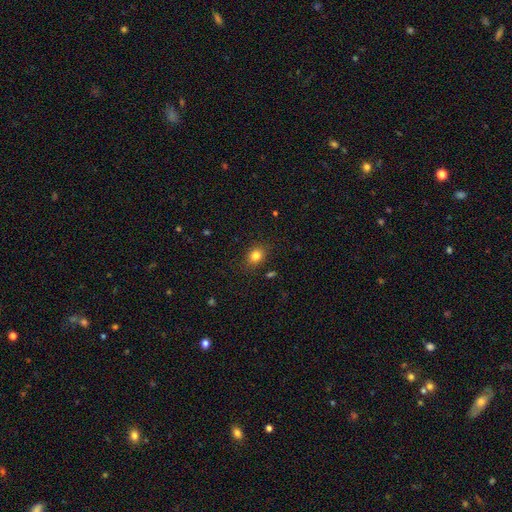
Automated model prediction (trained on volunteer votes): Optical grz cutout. It shows a smooth galaxy with no disk features (82%) that is in between round and cigar-shaped (52%). Merging: none (85%).